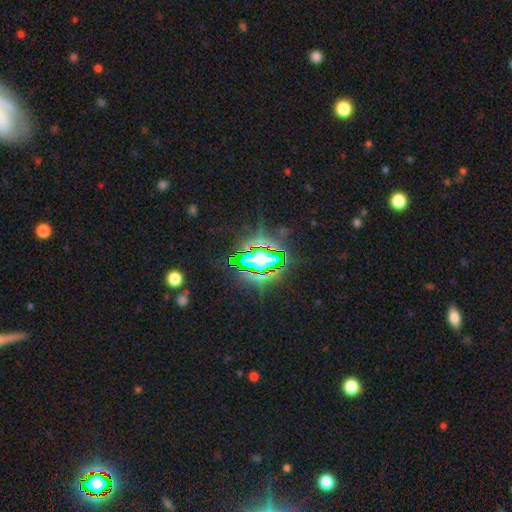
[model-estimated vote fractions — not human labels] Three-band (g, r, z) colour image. It shows a star or artifact, not a galaxy (81%).